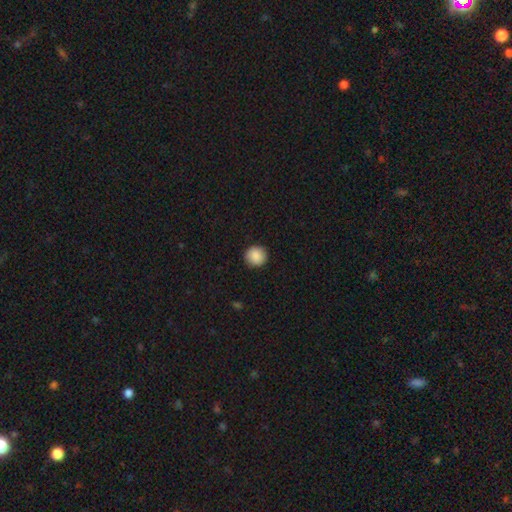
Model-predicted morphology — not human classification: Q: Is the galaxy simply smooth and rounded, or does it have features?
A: smooth — 89%.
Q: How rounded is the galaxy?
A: round — 92%.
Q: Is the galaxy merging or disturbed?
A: none — 92%.